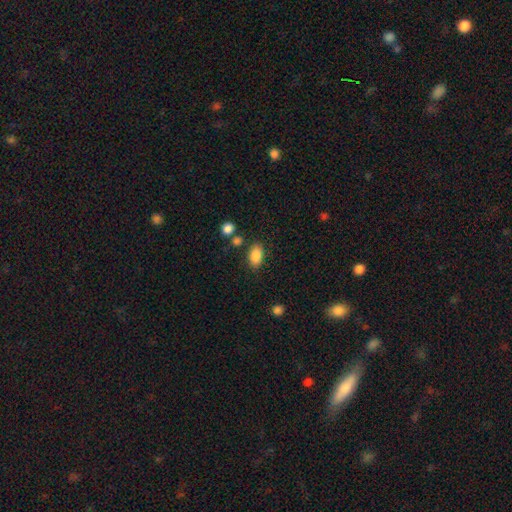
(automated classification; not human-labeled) Smooth or featured: smooth — 86% (star or artifact — 9%)
How rounded: in between — 90% (round — 8%)
Merging: none — 80% (minor disturbance — 12%)